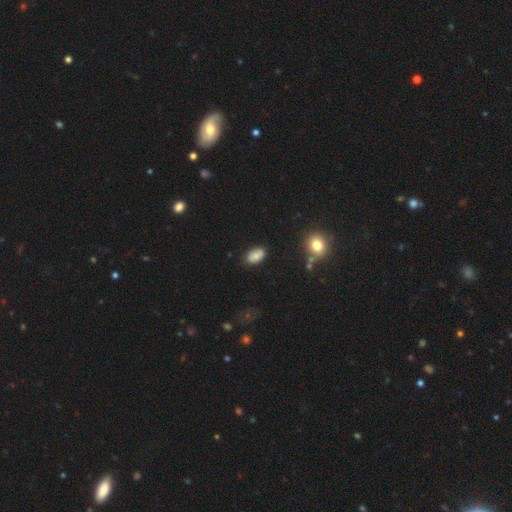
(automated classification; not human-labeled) smooth_or_featured: smooth (p=0.74) [alt: featured or disk p=0.16]
how_rounded: in between (p=0.90) [alt: round p=0.09]
merging: none (p=0.77) [alt: minor disturbance p=0.16]